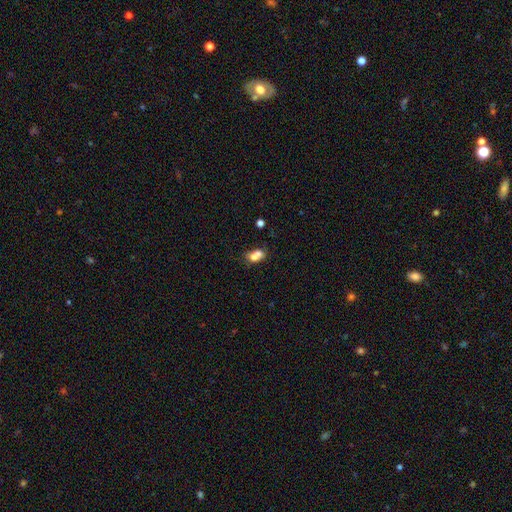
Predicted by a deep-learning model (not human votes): Smooth or featured? smooth (73%)
How rounded? in between (74%)
Merging? merger (48%)